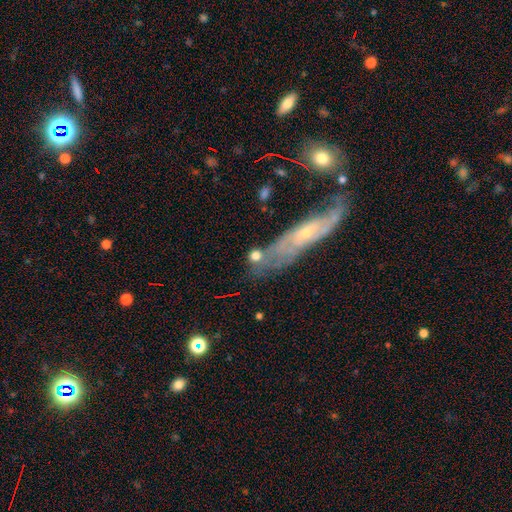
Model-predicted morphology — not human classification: Smooth or featured: smooth — 68% (featured or disk — 20%)
How rounded: round — 68% (in between — 22%)
Merging: none — 55% (merger — 21%)